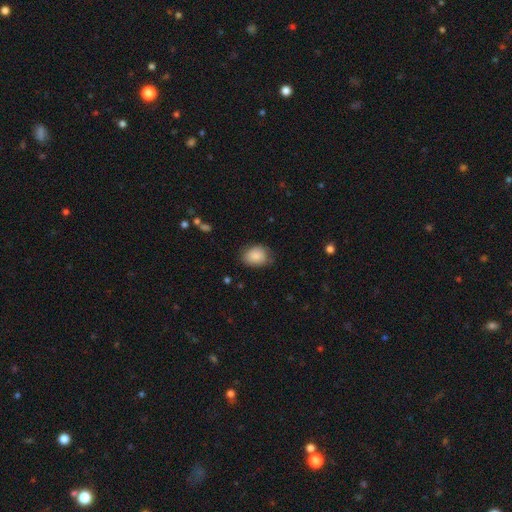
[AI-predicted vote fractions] This is clearly a smooth galaxy (87%). How rounded: likely in between (66%). Merging: likely none (70%).